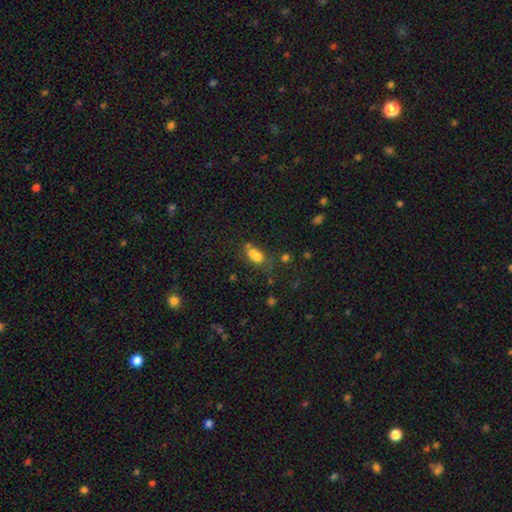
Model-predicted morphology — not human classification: Overall: smooth (68%). How rounded: in between (63%; round 33%). Merging: merger (45%; none 32%).